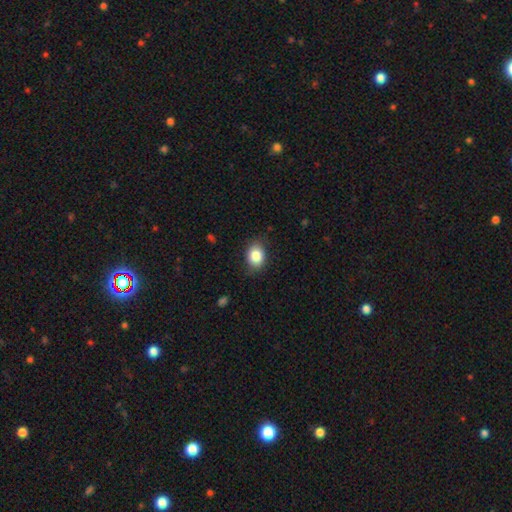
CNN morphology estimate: Q: Smooth or featured?
A: smooth (84%); runner-up: star or artifact (8%)
Q: How rounded?
A: in between (63%); runner-up: round (36%)
Q: Merging?
A: none (81%); runner-up: minor disturbance (15%)